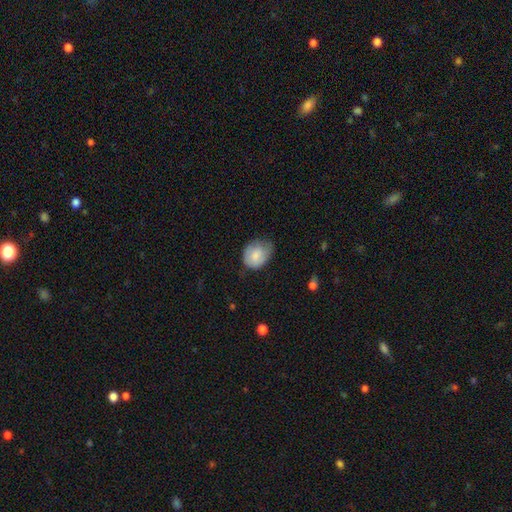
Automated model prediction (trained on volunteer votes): smooth 77%, featured or disk 17%, star or artifact 7%. Down the decision tree: how rounded — in between (54%); merging — none (47%).